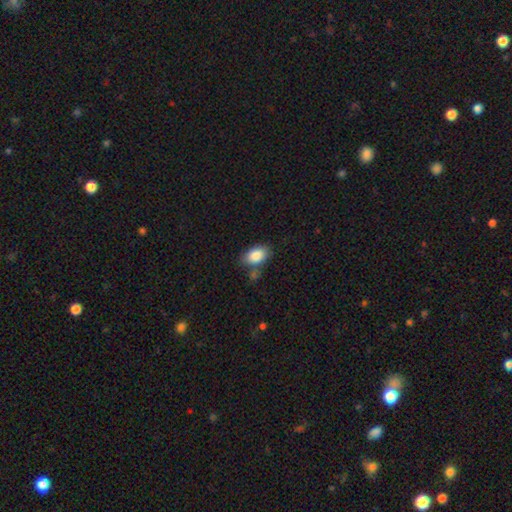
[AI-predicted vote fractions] Smooth or featured?
  - smooth: 86% *
  - star or artifact: 7%
  - featured or disk: 6%
How rounded?
  - in between: 90% *
  - round: 9%
  - cigar-shaped: 2%
Merging?
  - none: 67% *
  - minor disturbance: 18%
  - merger: 10%
  - major disturbance: 5%